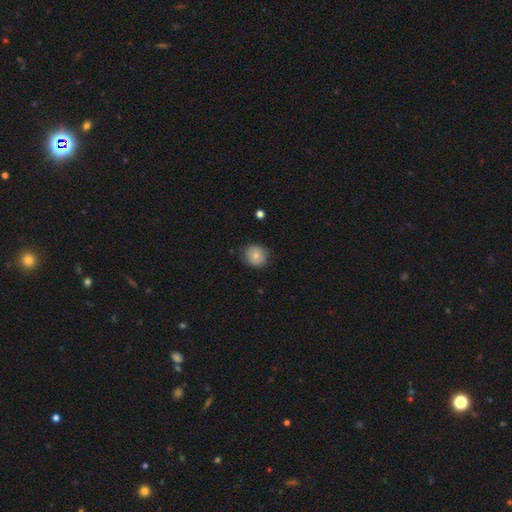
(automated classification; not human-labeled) Smooth or featured: smooth — 77% (featured or disk — 14%)
How rounded: round — 88% (in between — 11%)
Merging: none — 81% (minor disturbance — 14%)